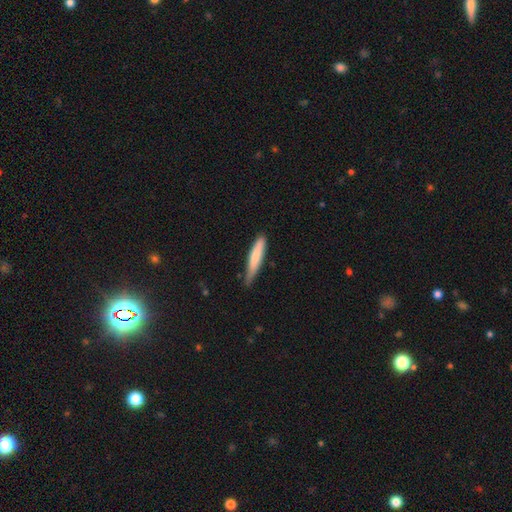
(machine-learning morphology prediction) The model was most divided on "merging": none: 66%, minor disturbance: 29%, major disturbance: 4%, merger: 2%. More confident: how rounded — cigar-shaped (90%); smooth or featured — smooth (76%).